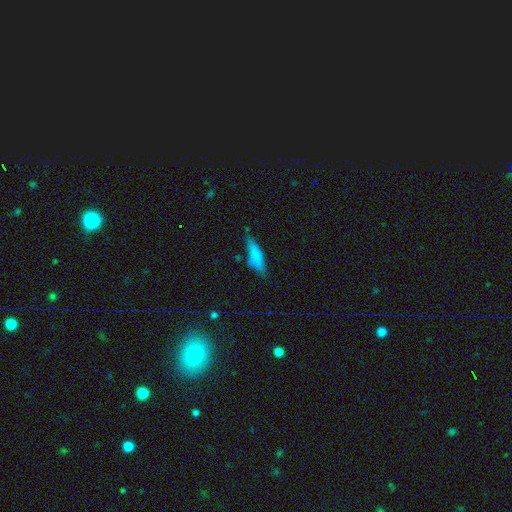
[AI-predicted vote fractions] Smooth or featured: smooth — 75% (featured or disk — 16%)
How rounded: cigar-shaped — 62% (in between — 36%)
Merging: none — 63% (minor disturbance — 25%)